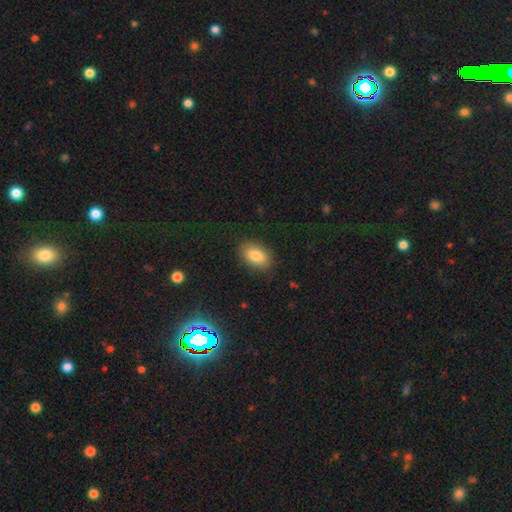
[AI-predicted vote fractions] Overall: smooth (83%). How rounded: in between (90%). Merging: none (86%).